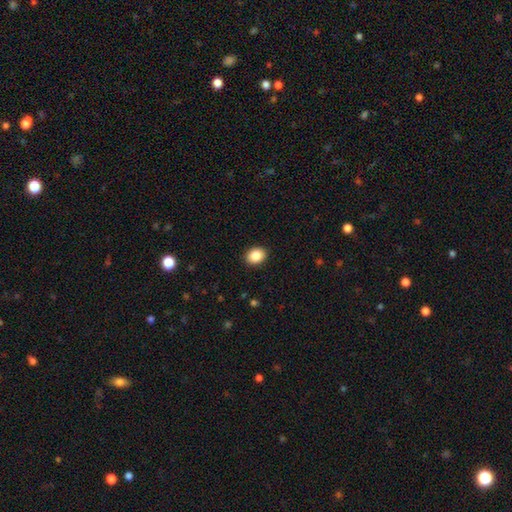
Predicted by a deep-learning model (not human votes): Smooth or featured?
  - smooth: 87% *
  - star or artifact: 8%
  - featured or disk: 5%
How rounded?
  - in between: 56% *
  - round: 43%
  - cigar-shaped: 1%
Merging?
  - none: 91% *
  - minor disturbance: 6%
  - major disturbance: 2%
  - merger: 1%